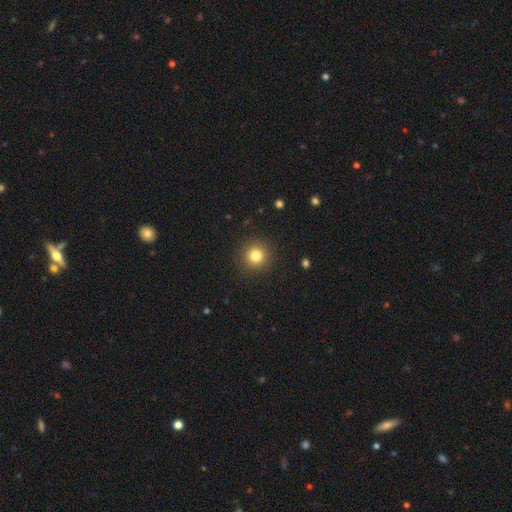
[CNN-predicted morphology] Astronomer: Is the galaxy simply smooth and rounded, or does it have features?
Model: smooth — 81%.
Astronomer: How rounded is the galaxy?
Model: round — 95%.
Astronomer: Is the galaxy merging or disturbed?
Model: none — 91%.